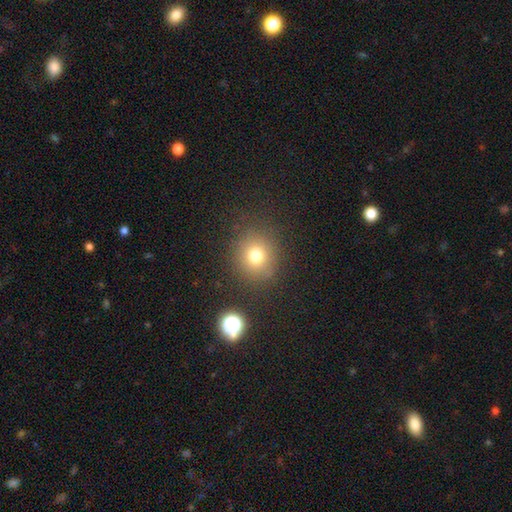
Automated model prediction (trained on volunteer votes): smooth 76%, star or artifact 15%, featured or disk 9%. Down the decision tree: how rounded — round (84%); merging — none (84%).